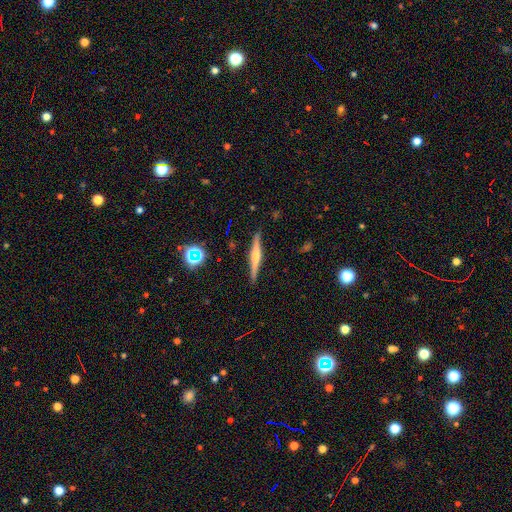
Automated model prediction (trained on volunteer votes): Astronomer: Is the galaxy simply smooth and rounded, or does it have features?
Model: featured or disk — 61%.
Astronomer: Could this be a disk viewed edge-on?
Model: yes — 97%.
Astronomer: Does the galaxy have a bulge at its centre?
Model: rounded — 62%.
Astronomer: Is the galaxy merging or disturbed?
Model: none — 89%.